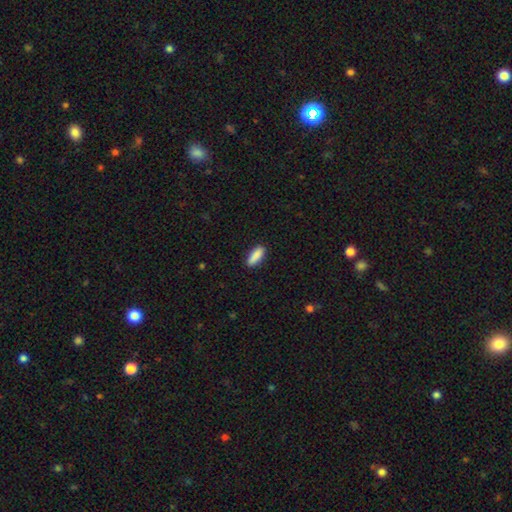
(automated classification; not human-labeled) Morphology: type=smooth (89%); roundness=in between (61%); merging=none (88%).